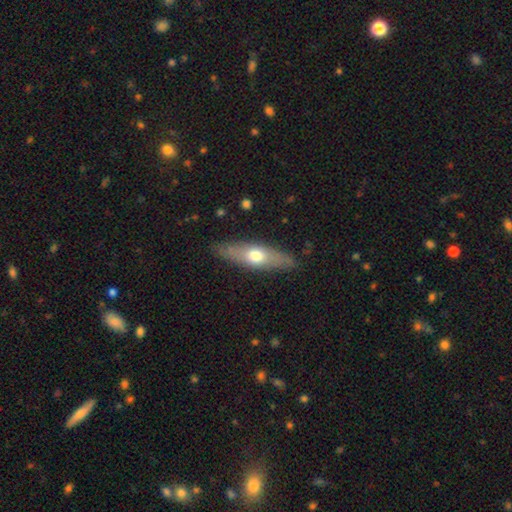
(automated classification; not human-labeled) Q: Smooth or featured?
A: smooth (53%); runner-up: featured or disk (42%)
Q: How rounded?
A: cigar-shaped (58%); runner-up: in between (39%)
Q: Merging?
A: none (84%); runner-up: minor disturbance (12%)